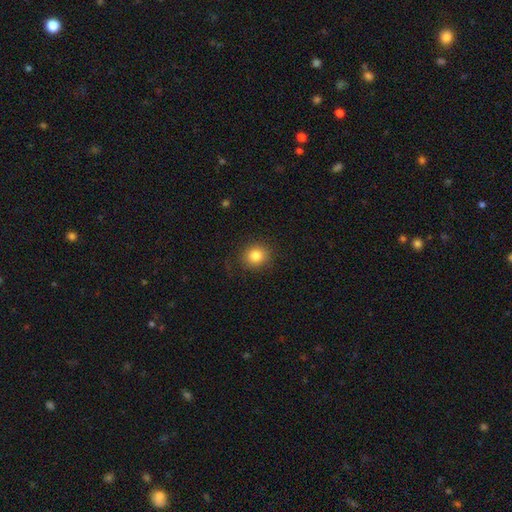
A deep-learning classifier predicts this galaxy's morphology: This is clearly a smooth galaxy (82%). How rounded: clearly round (85%). Merging: clearly none (85%).